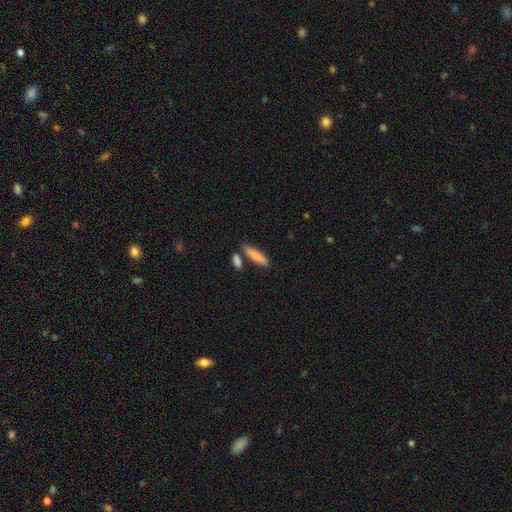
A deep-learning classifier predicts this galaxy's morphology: Smooth or featured?
  - smooth: 85% *
  - featured or disk: 9%
  - star or artifact: 6%
How rounded?
  - cigar-shaped: 73% *
  - in between: 25%
  - round: 2%
Merging?
  - none: 73% *
  - merger: 13%
  - minor disturbance: 11%
  - major disturbance: 3%